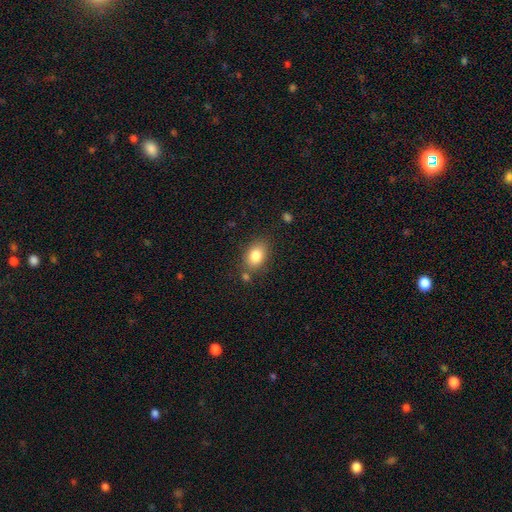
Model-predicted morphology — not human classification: This appears to be a smooth galaxy with no disk features (83%) that is in between round and cigar-shaped (76%). Merging: none (76%).